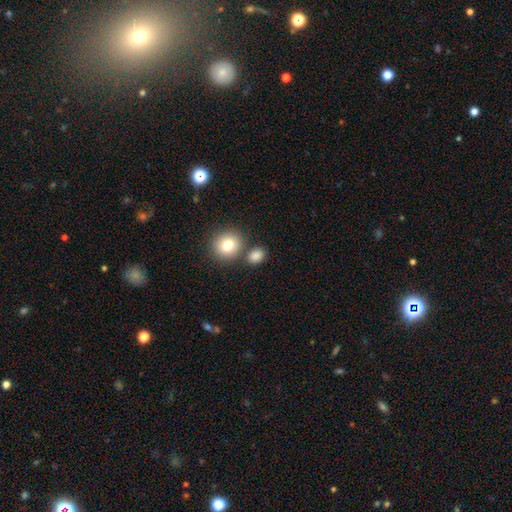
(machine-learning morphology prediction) Smooth or featured? smooth (84%)
How rounded? round (53%)
Merging? none (68%)